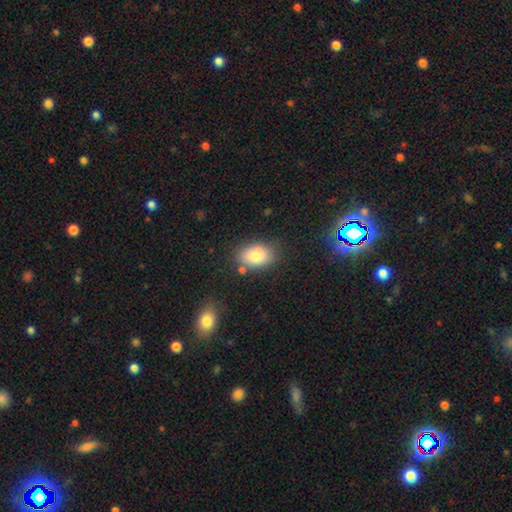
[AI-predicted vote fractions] This appears to be a smooth galaxy with no disk features (79%) that is in between round and cigar-shaped (83%). Merging: none (73%).